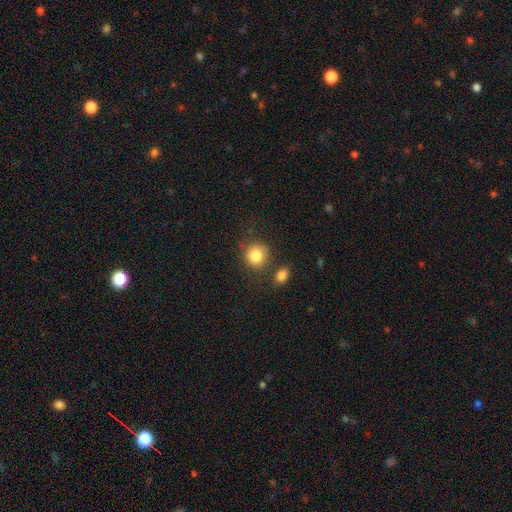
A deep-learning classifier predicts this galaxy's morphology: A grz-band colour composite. It shows a smooth galaxy with no disk features (83%) that is round (87%). Merging: none (73%).